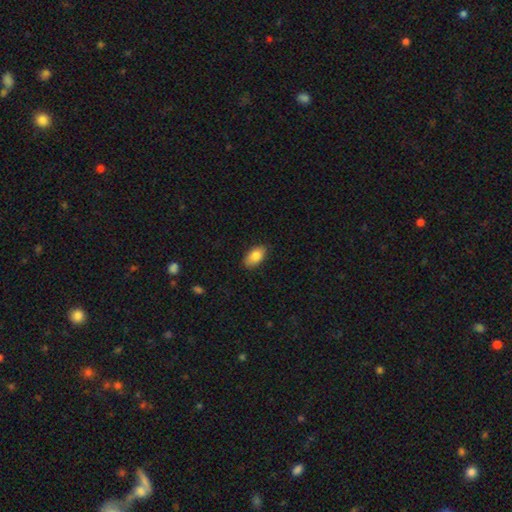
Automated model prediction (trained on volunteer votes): smooth_or_featured: smooth (p=0.83) [alt: featured or disk p=0.10]
how_rounded: in between (p=0.93) [alt: round p=0.05]
merging: none (p=0.85) [alt: minor disturbance p=0.12]